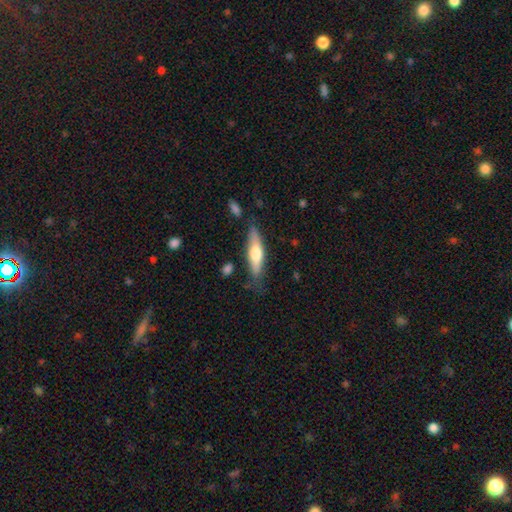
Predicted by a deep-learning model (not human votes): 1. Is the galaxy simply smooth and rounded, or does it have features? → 53% smooth, 42% featured or disk, 5% star or artifact.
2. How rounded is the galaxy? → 66% cigar-shaped, 32% in between, 2% round.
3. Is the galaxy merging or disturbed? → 75% none, 17% minor disturbance, 4% major disturbance, 4% merger.